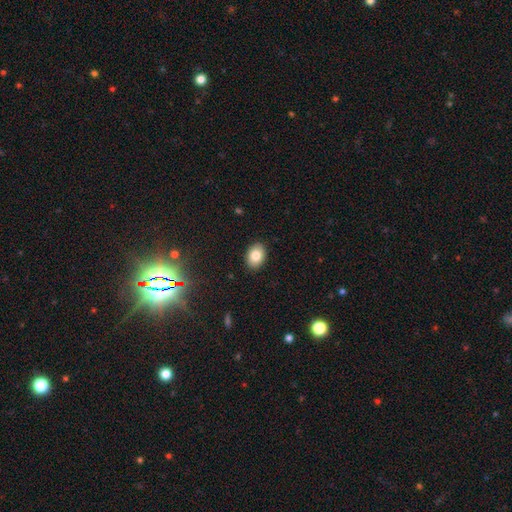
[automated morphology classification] Q: Smooth or featured?
A: smooth (82%); runner-up: star or artifact (9%)
Q: How rounded?
A: in between (75%); runner-up: round (24%)
Q: Merging?
A: none (90%); runner-up: minor disturbance (8%)